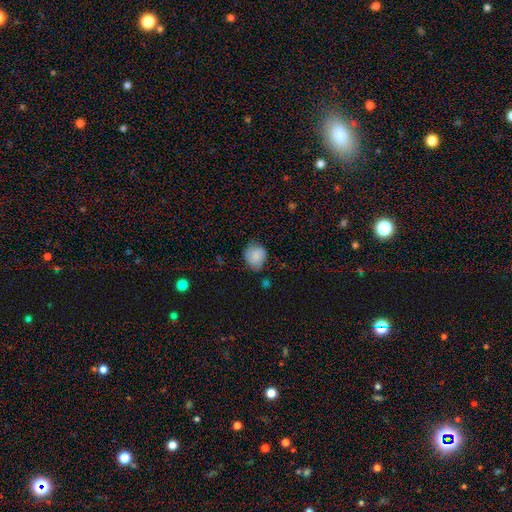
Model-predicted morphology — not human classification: smooth_or_featured: smooth (p=0.75) [alt: featured or disk p=0.17]
how_rounded: round (p=0.65) [alt: in between p=0.34]
merging: none (p=0.63) [alt: minor disturbance p=0.28]